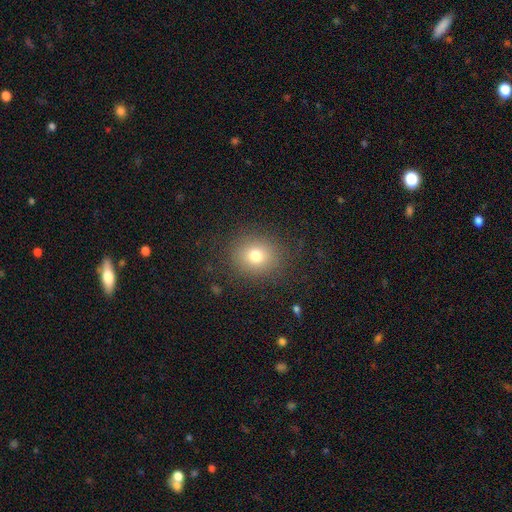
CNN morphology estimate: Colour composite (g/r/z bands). It shows a smooth galaxy with no disk features (75%) that is round (77%). Merging: none (85%).